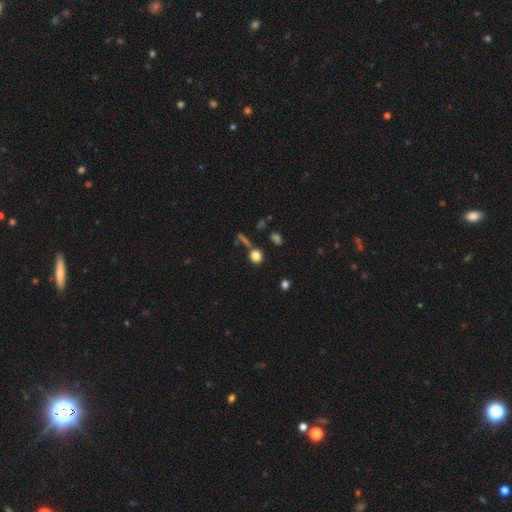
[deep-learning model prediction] smooth_or_featured: smooth (p=0.80) [alt: star or artifact p=0.14]
how_rounded: round (p=0.83) [alt: in between p=0.15]
merging: none (p=0.73) [alt: merger p=0.12]